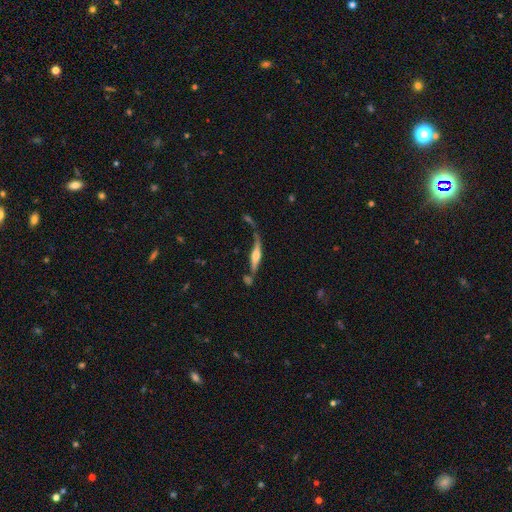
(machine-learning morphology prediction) Smooth or featured? featured or disk (65%)
Edge-on disk? yes (90%)
Edge-on bulge? rounded (79%)
Merging? none (47%)